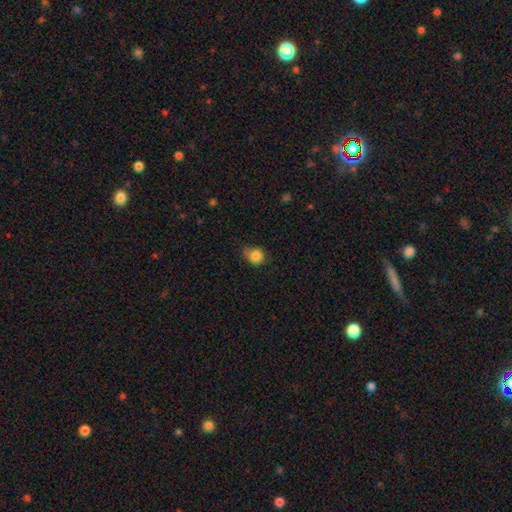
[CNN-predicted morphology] Smooth or featured? Predicted: smooth (p=0.84). How rounded? Predicted: round (p=0.68). Merging? Predicted: none (p=0.47).